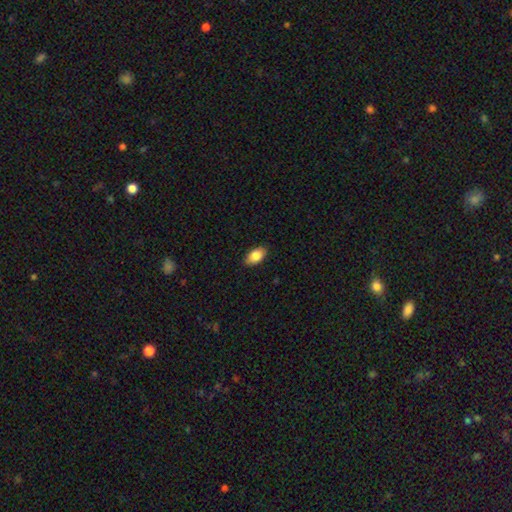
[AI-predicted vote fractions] Smooth or featured? Predicted: smooth (p=0.85). How rounded? Predicted: in between (p=0.93). Merging? Predicted: none (p=0.88).